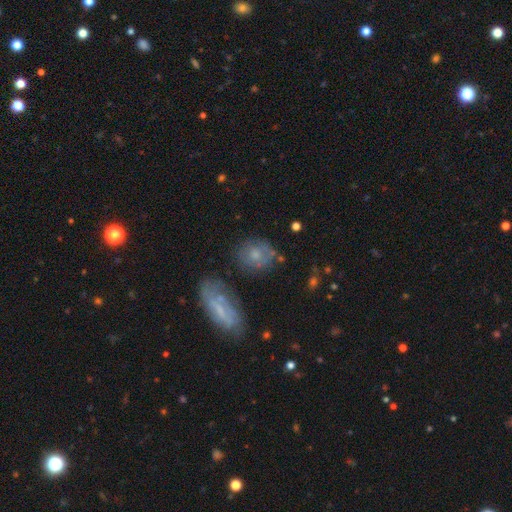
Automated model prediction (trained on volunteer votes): Overall: smooth (58%; featured or disk 32%). How rounded: round (65%; in between 32%). Merging: none (68%).